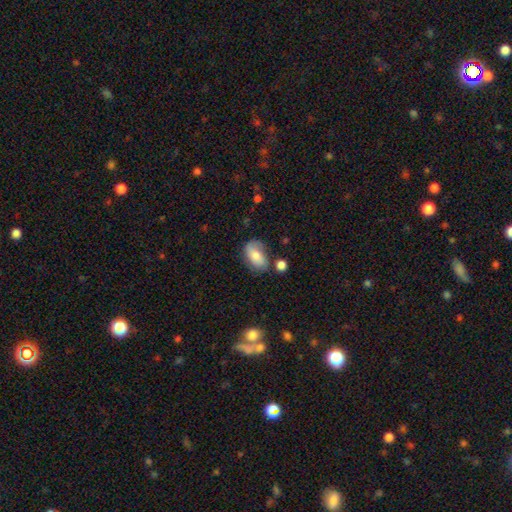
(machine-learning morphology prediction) Smooth or featured?
  - smooth: 65% *
  - featured or disk: 27%
  - star or artifact: 8%
How rounded?
  - in between: 90% *
  - round: 8%
  - cigar-shaped: 3%
Merging?
  - none: 56% *
  - minor disturbance: 26%
  - major disturbance: 10%
  - merger: 8%